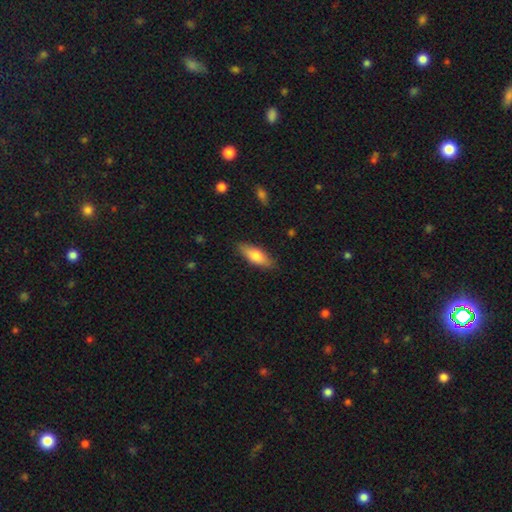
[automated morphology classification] Overall: smooth (72%). How rounded: in between (63%; cigar-shaped 35%). Merging: none (86%).